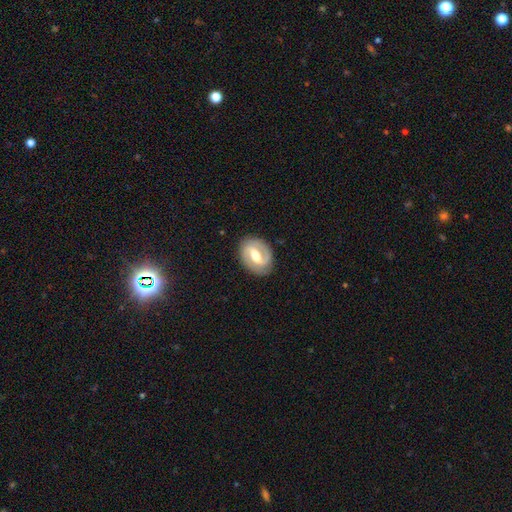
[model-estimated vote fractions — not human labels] This is likely a featured or disk galaxy (79%). It is clearly not viewed edge-on (96%). Bar: possibly strong (47%). Spiral arm pattern: clearly yes (82%). Spiral arm count: clearly 2 (84%). Spiral winding: marginally medium (44%). Central bulge: likely moderate (67%). Merging: clearly none (84%).